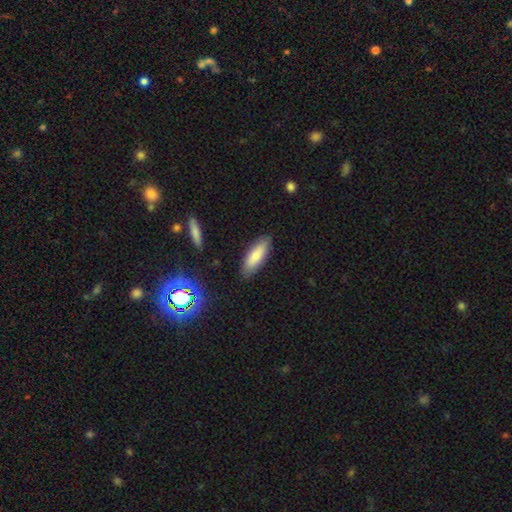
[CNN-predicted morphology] A smooth galaxy with no disk features (82%) that is in between round and cigar-shaped (57%). Merging: none (85%).